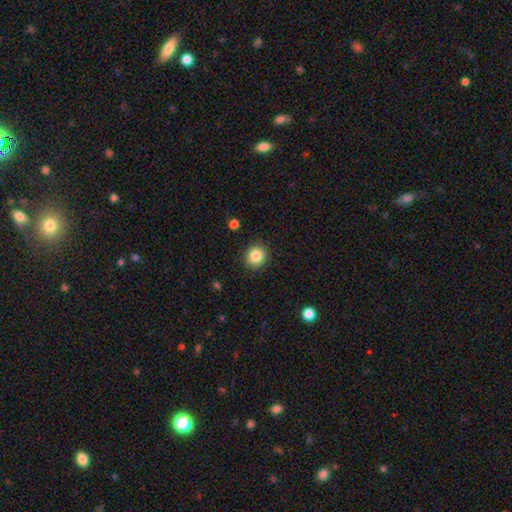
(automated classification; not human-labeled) This is clearly a smooth galaxy (85%). How rounded: clearly round (87%). Merging: clearly none (90%).